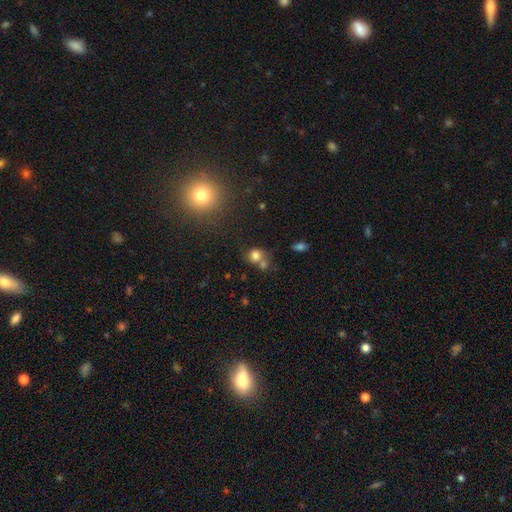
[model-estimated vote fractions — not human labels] This appears to be a smooth galaxy with no disk features (76%) that is round (78%). Merging: none (47%).